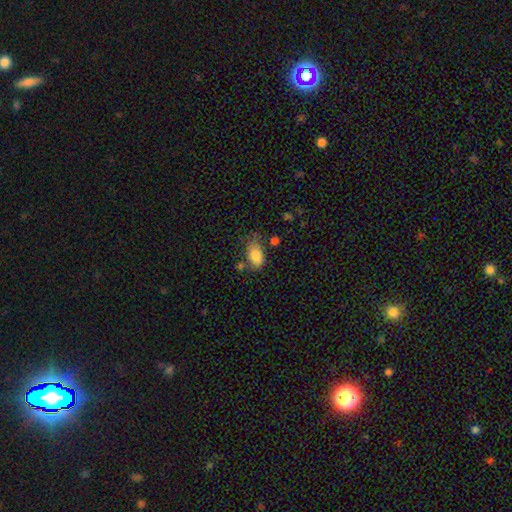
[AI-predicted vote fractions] Smooth or featured: smooth — 84% (featured or disk — 8%)
How rounded: in between — 90% (round — 7%)
Merging: none — 50% (minor disturbance — 30%)